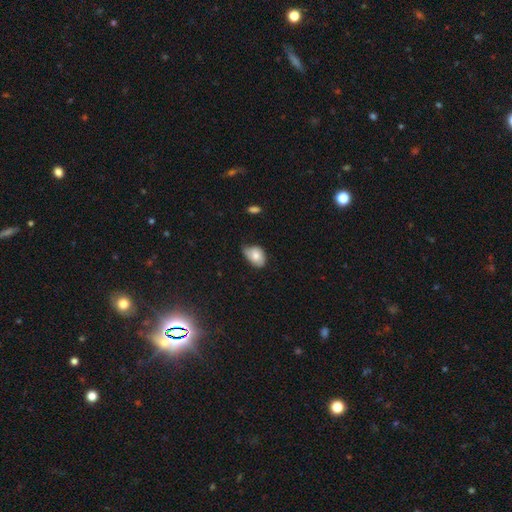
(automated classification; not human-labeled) smooth-or-featured: smooth: 72% | featured or disk: 20% | star or artifact: 8%
  how-rounded: in between: 80% | round: 19% | cigar-shaped: 1%
  merging: minor disturbance: 49% | none: 38% | major disturbance: 11% | merger: 2%